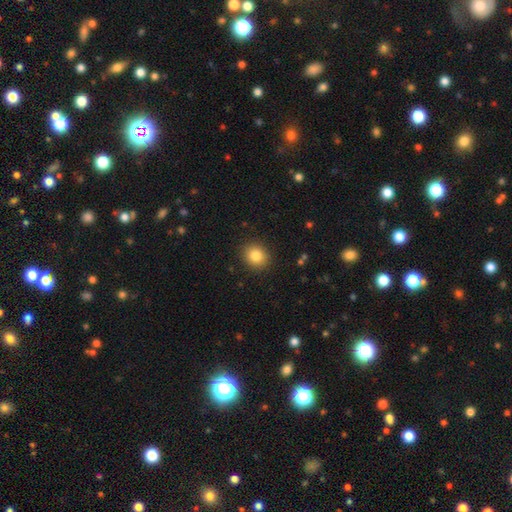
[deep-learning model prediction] Smooth or featured? smooth (83%)
How rounded? round (78%)
Merging? none (90%)